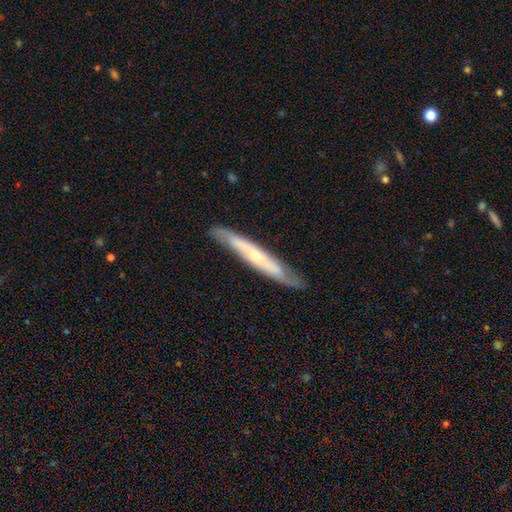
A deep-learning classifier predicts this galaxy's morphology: Overall: featured or disk (63%; smooth 32%). Edge-on disk: yes (74%). Merging: none (82%).